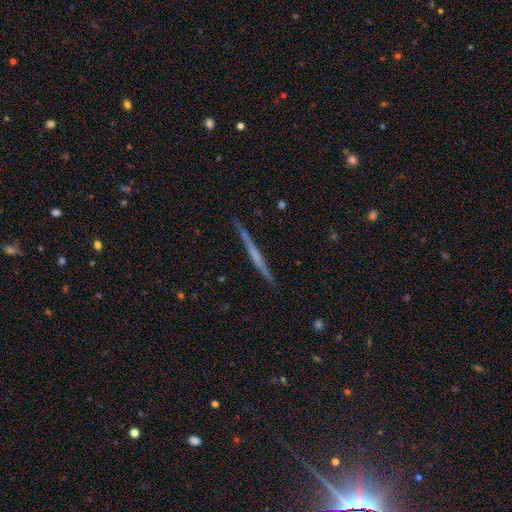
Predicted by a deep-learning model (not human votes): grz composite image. It shows a featured or disk galaxy (66%) viewed edge-on (98%) with no central bulge (64%). Merging: none (90%).